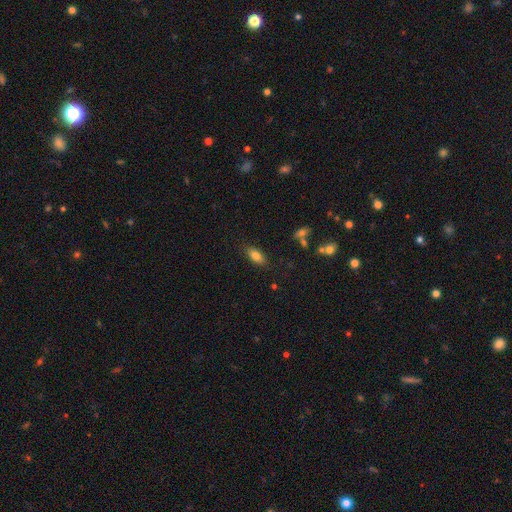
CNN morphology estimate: A smooth galaxy with no disk features (80%) that is in between round and cigar-shaped (84%).

Vote fractions:
- Smooth or featured? smooth: 80% / featured or disk: 11% / star or artifact: 9%
- How rounded? in between: 84% / cigar-shaped: 12% / round: 3%
- Merging? none: 83% / minor disturbance: 12% / major disturbance: 3% / merger: 2%